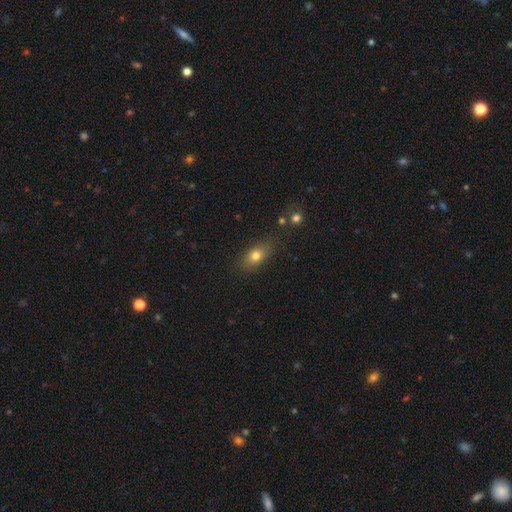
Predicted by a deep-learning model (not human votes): Smooth or featured?
  - smooth: 76% *
  - featured or disk: 13%
  - star or artifact: 11%
How rounded?
  - in between: 75% *
  - round: 18%
  - cigar-shaped: 7%
Merging?
  - none: 77% *
  - minor disturbance: 16%
  - major disturbance: 5%
  - merger: 3%